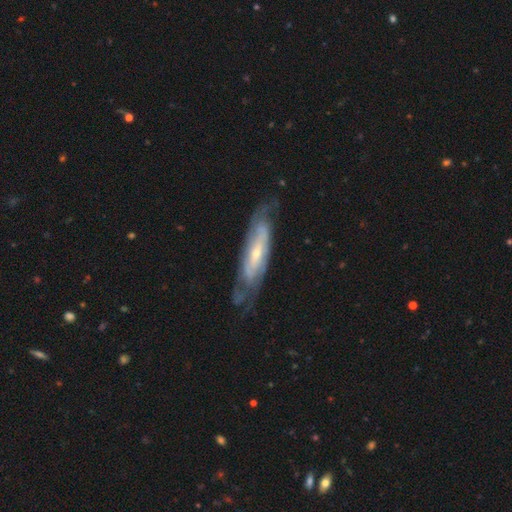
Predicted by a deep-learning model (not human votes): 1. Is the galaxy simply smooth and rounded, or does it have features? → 77% featured or disk, 17% smooth, 6% star or artifact.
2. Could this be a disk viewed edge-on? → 67% no, 33% yes.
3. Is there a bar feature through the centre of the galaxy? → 48% no, 33% weak, 18% strong.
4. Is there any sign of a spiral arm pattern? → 83% yes, 17% no.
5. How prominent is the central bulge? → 64% small, 31% moderate, 2% none, 2% large, 1% dominant.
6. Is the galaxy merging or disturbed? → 71% none, 20% minor disturbance, 8% major disturbance, 2% merger.